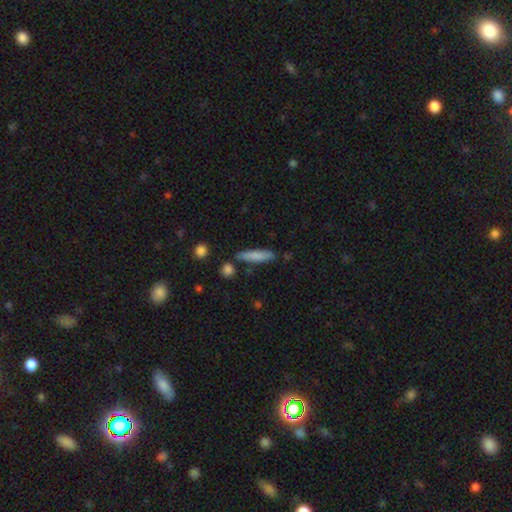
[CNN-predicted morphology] type=smooth (80%); roundness=cigar-shaped (82%); merging=none (80%).